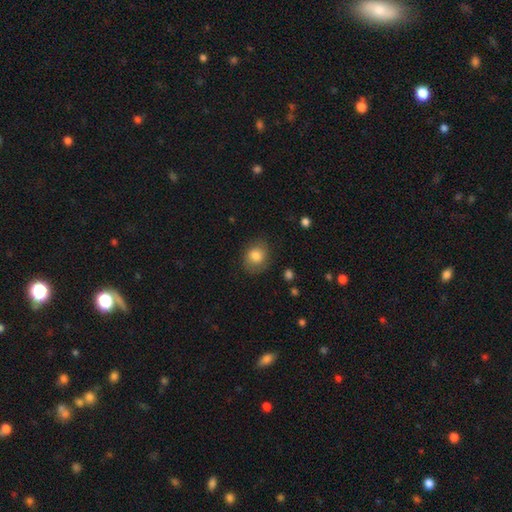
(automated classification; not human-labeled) Smooth or featured? smooth (82%)
How rounded? round (58%)
Merging? none (79%)